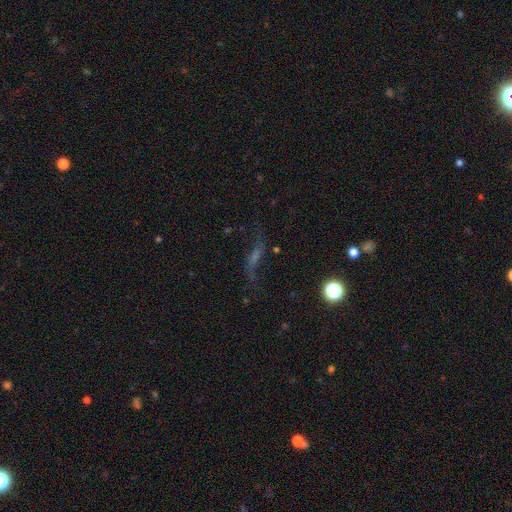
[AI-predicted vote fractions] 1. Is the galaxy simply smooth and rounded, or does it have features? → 57% featured or disk, 23% star or artifact, 20% smooth.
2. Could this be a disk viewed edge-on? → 70% no, 30% yes.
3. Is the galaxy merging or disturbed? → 66% none, 16% minor disturbance, 14% major disturbance, 4% merger.